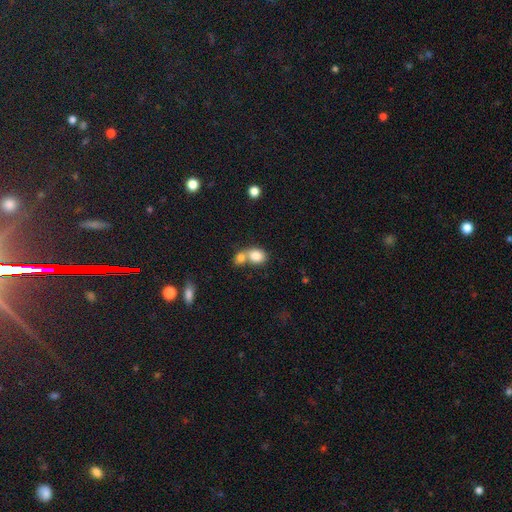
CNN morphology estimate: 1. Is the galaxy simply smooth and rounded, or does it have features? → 82% smooth, 10% featured or disk, 8% star or artifact.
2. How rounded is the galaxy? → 52% in between, 47% round, 1% cigar-shaped.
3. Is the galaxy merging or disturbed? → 60% merger, 30% none, 7% minor disturbance, 3% major disturbance.